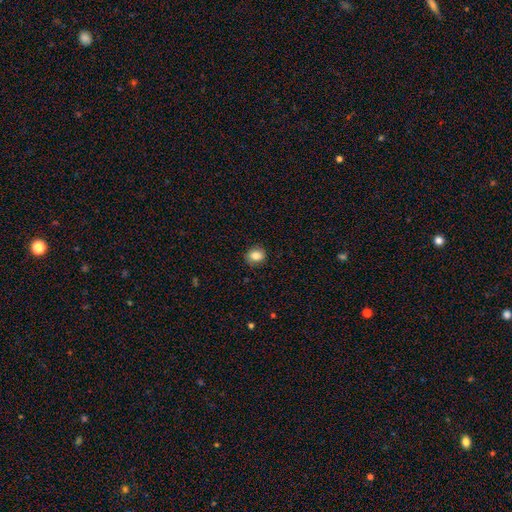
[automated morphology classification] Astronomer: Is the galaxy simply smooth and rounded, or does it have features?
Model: smooth — 84%.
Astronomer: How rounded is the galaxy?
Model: round — 58% (runner-up: in between, 41%).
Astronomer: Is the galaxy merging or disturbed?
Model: none — 86%.